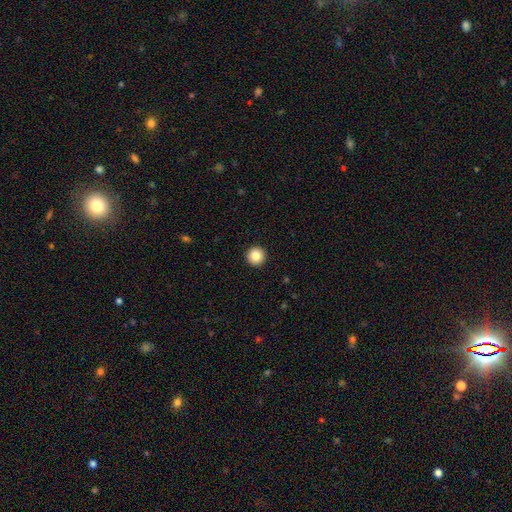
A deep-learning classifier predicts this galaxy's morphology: This is clearly a smooth galaxy (84%). How rounded: clearly round (97%). Merging: clearly none (94%).